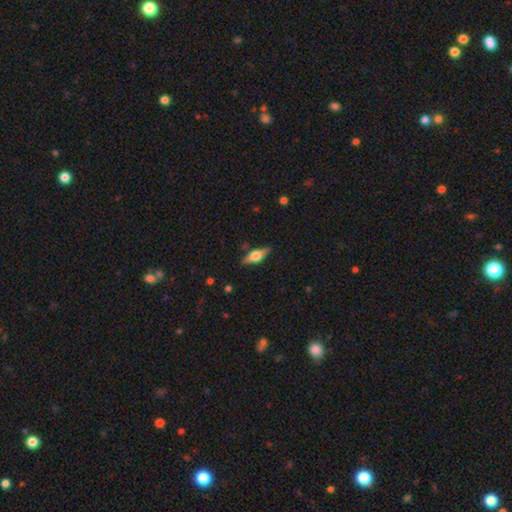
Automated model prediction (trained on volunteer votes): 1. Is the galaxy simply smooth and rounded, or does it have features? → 61% featured or disk, 32% smooth, 7% star or artifact.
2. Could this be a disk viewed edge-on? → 95% yes, 5% no.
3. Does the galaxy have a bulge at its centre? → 91% rounded, 7% boxy, 1% none.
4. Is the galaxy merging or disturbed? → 84% none, 12% minor disturbance, 3% major disturbance, 2% merger.